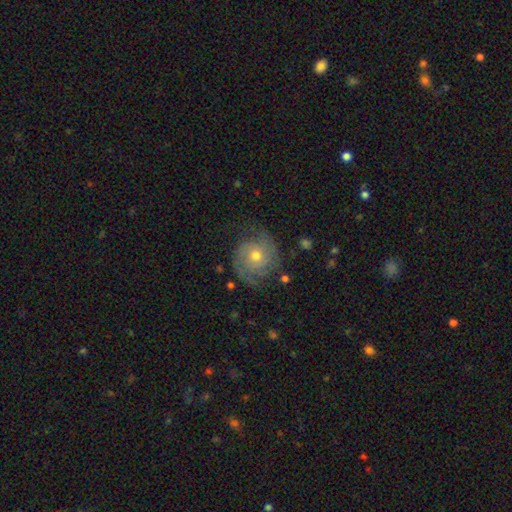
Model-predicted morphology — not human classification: A featured or disk galaxy (76%) with no bar (81%), 2 (51%) tight (53%) spiral arms (93%) and a moderate central bulge (62%).

Vote fractions:
- Smooth or featured? featured or disk: 76% / smooth: 17% / star or artifact: 7%
- Edge-on disk? no: 98% / yes: 2%
- Bar? no: 81% / weak: 16% / strong: 3%
- Spiral arms? yes: 93% / no: 7%
- Spiral winding? tight: 53% / medium: 34% / loose: 13%
- Spiral arm count? 2: 51% / can't tell: 19% / 3: 16% / 1: 5% / 4: 5% / more than 4: 4%
- Bulge size? moderate: 62% / small: 33% / large: 3% / none: 1% / dominant: 1%
- Merging? none: 71% / minor disturbance: 19% / major disturbance: 9% / merger: 2%